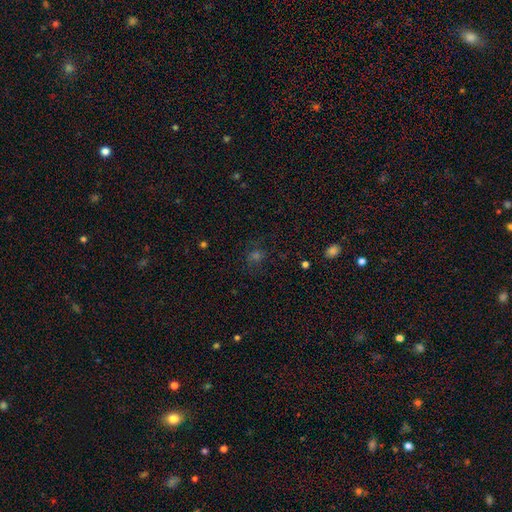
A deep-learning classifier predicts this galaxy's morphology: A star or artifact, not a galaxy (42%, tied with smooth).